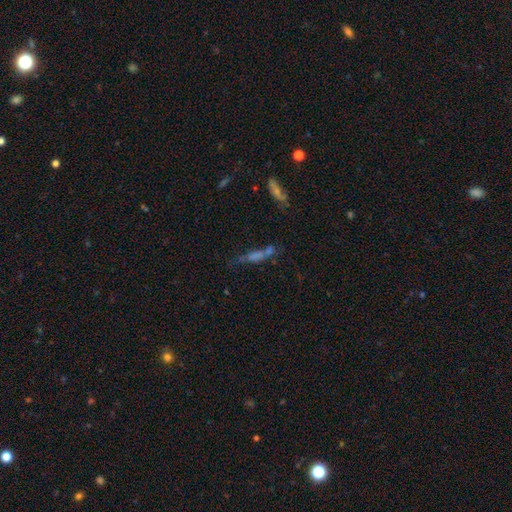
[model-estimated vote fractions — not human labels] smooth 43%, featured or disk 32%, star or artifact 25%. Down the decision tree: merging — none (48%).